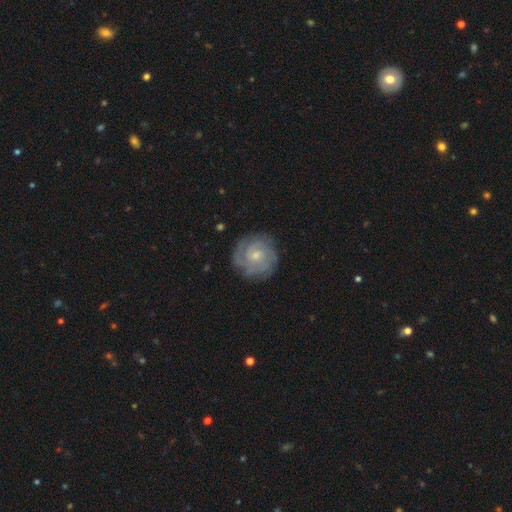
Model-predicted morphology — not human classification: A featured or disk galaxy (81%) with no bar (63%), 2 (30%) tight (72%) spiral arms (96%) and a small central bulge (63%).

Vote fractions:
- Smooth or featured? featured or disk: 81% / smooth: 14% / star or artifact: 6%
- Edge-on disk? no: 98% / yes: 2%
- Bar? no: 63% / weak: 32% / strong: 5%
- Spiral arms? yes: 96% / no: 4%
- Spiral winding? tight: 72% / medium: 23% / loose: 5%
- Spiral arm count? 2: 30% / 3: 26% / can't tell: 25% / 4: 9% / 1: 5% / more than 4: 5%
- Bulge size? small: 63% / moderate: 31% / none: 4% / large: 2% / dominant: 1%
- Merging? none: 81% / minor disturbance: 13% / major disturbance: 4% / merger: 1%